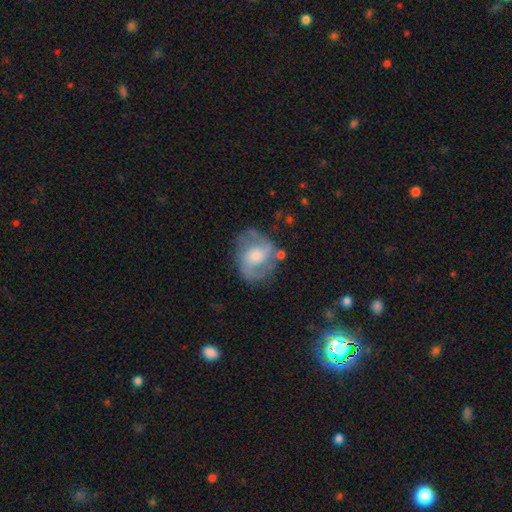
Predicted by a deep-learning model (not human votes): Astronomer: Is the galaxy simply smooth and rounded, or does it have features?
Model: featured or disk — 74%.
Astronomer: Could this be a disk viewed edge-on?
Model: no — 97%.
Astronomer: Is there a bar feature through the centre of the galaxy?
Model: no — 51% (runner-up: weak, 40%).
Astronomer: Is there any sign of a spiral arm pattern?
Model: yes — 89%.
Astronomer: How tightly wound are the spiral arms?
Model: medium — 50% (runner-up: loose, 26%).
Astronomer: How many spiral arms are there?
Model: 2 — 79%.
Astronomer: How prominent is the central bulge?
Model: moderate — 50%.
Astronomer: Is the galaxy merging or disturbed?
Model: none — 70%.